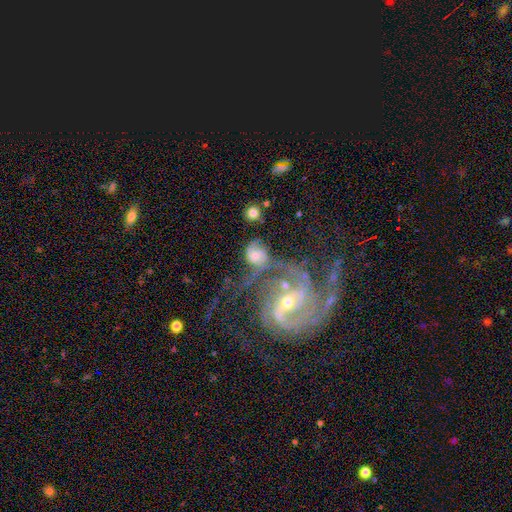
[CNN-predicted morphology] This is likely a featured or disk galaxy (66%). It is clearly not viewed edge-on (97%). Bar: possibly no (54%). Spiral arm pattern: clearly yes (88%). Spiral arm count: possibly 2 (57%). Spiral winding: marginally medium (44%). Central bulge: possibly moderate (45%). Merging: marginally merger (42%).